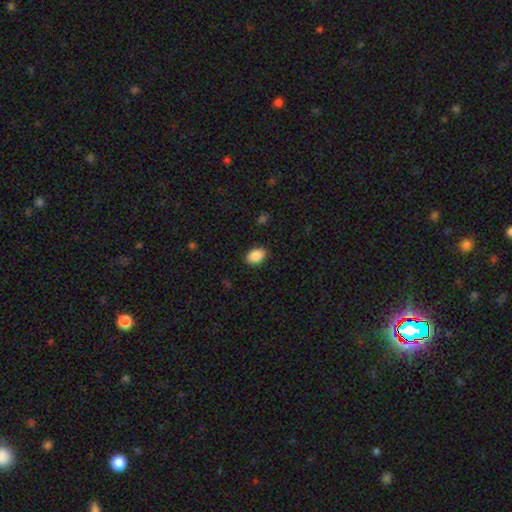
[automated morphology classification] Smooth or featured? smooth (88%)
How rounded? in between (82%)
Merging? none (88%)